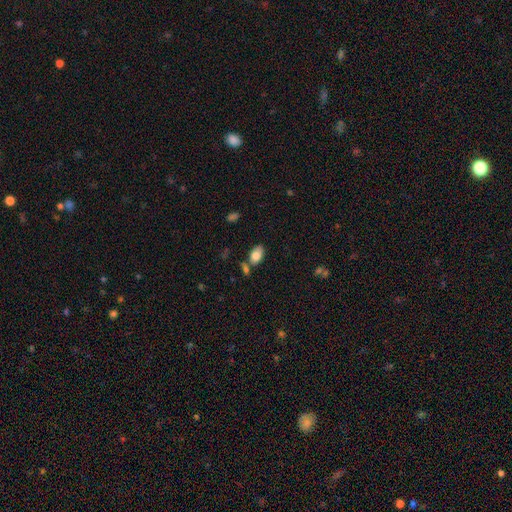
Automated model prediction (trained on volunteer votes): Smooth or featured? smooth (80%)
How rounded? in between (92%)
Merging? none (64%)